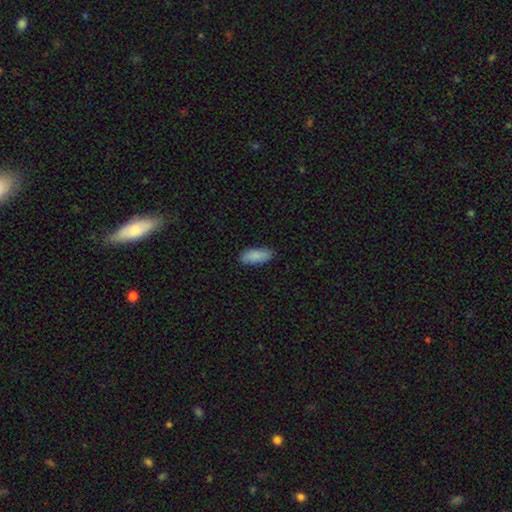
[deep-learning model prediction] This appears to be a smooth galaxy with no disk features (89%) that is in between round and cigar-shaped (83%). Merging: none (82%).